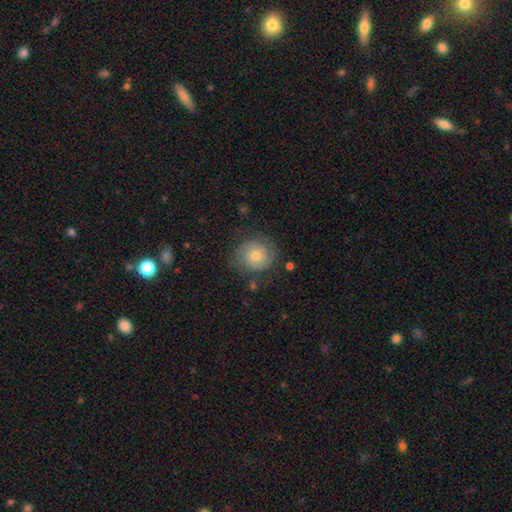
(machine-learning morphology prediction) This appears to be a featured or disk galaxy (54%) with no bar (83%), spiral arms (82%) and a moderate central bulge (53%). Merging: none (76%).